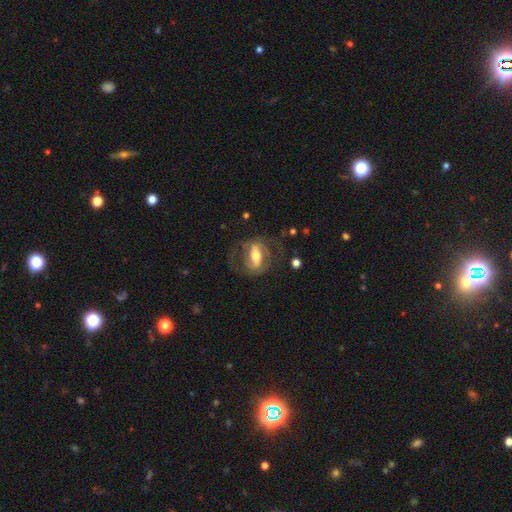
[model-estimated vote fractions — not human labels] Overall: featured or disk (78%). Edge-on disk: no (90%). Bar: strong (61%; weak 26%). Spiral arms: yes (77%). Spiral arm count: 2 (84%). Spiral winding: medium (48%; tight 31%). Bulge size: moderate (62%). Merging: none (64%).